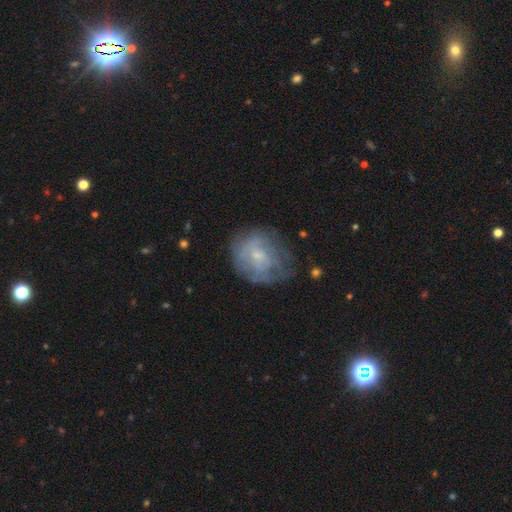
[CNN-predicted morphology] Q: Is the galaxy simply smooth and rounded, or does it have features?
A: featured or disk — 52%.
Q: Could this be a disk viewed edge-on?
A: no — 97%.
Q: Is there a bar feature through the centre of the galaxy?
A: no — 72%.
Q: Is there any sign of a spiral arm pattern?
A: yes — 51%.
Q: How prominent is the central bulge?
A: small — 62%.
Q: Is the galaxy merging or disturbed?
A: none — 61%.